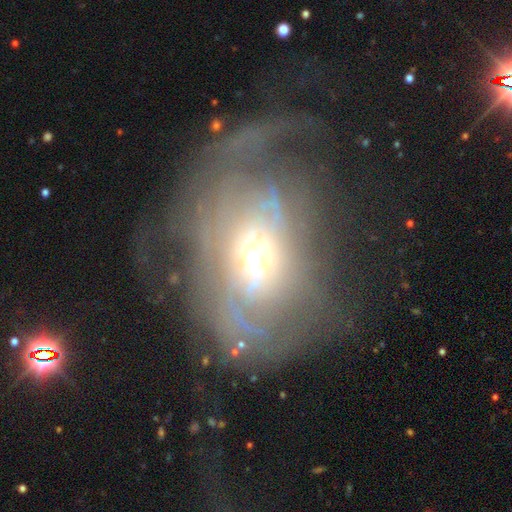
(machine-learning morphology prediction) A featured or disk galaxy (74%) with no bar (70%), spiral arms (64%) and a moderate central bulge (62%).

Vote fractions:
- Smooth or featured? featured or disk: 74% / smooth: 17% / star or artifact: 9%
- Edge-on disk? no: 94% / yes: 6%
- Bar? no: 70% / weak: 23% / strong: 7%
- Spiral arms? yes: 64% / no: 36%
- Bulge size? moderate: 62% / small: 23% / large: 11% / dominant: 2% / none: 1%
- Merging? major disturbance: 44% / none: 33% / minor disturbance: 19% / merger: 3%